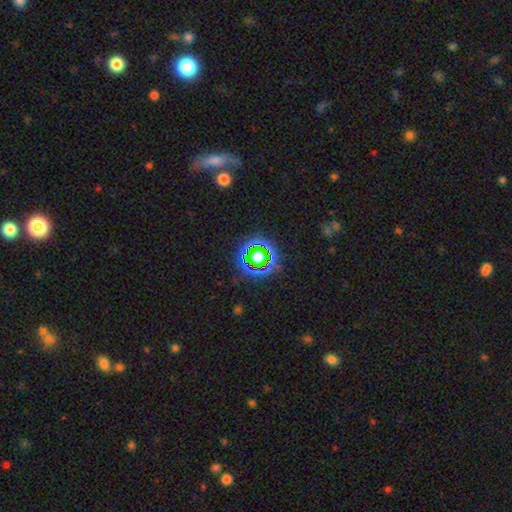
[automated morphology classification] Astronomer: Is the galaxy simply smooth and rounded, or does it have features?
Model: star or artifact — 66%.